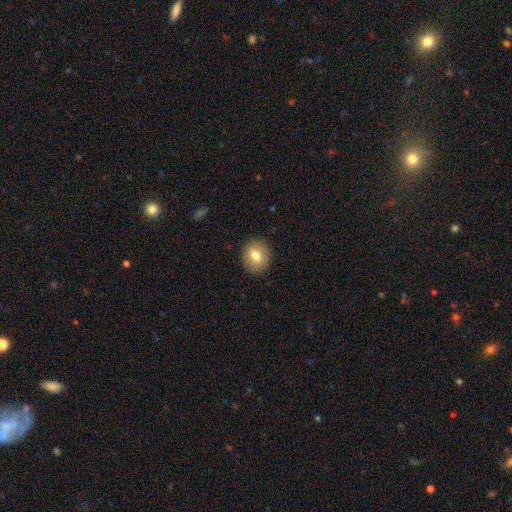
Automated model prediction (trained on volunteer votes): Smooth or featured: smooth — 77% (featured or disk — 15%)
How rounded: round — 66% (in between — 34%)
Merging: none — 89% (minor disturbance — 8%)